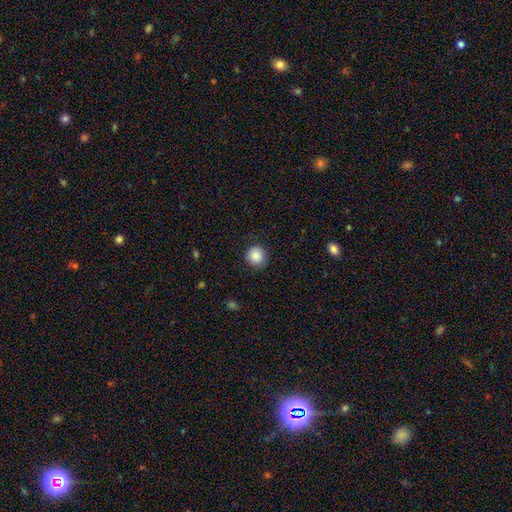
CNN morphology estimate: This appears to be a smooth galaxy with no disk features (87%) that is round (92%). Merging: none (88%).